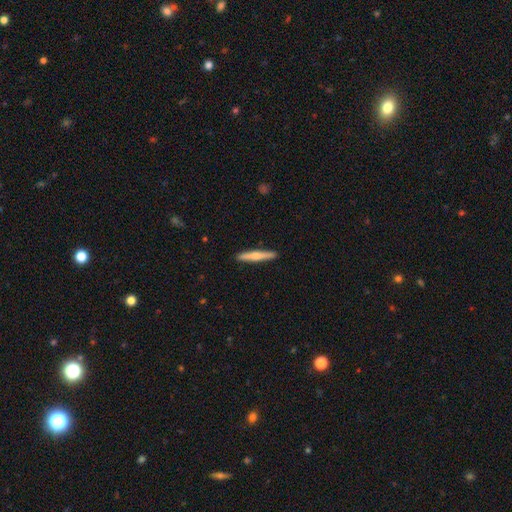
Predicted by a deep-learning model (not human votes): Smooth or featured? smooth (57%)
How rounded? cigar-shaped (94%)
Merging? none (91%)